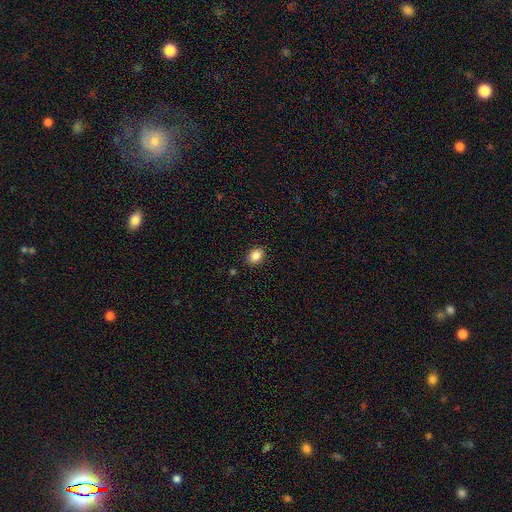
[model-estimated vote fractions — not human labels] This appears to be a smooth galaxy with no disk features (86%) that is in between round and cigar-shaped (68%). Merging: none (88%).